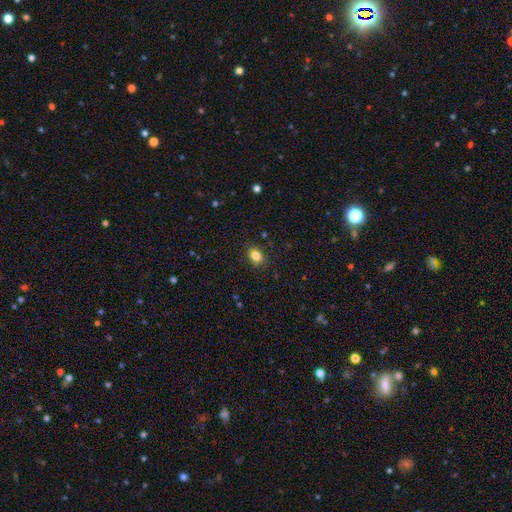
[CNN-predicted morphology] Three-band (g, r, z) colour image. It shows a smooth galaxy with no disk features (83%) that is in between round and cigar-shaped (68%). Merging: none (85%).